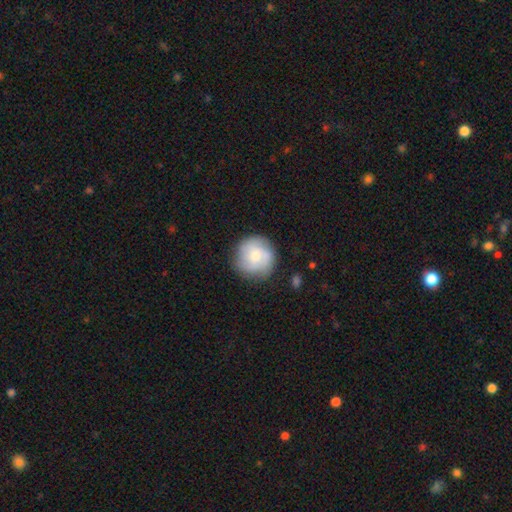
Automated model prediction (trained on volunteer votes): This appears to be a smooth galaxy with no disk features (51%) that is round (93%). Merging: none (79%).